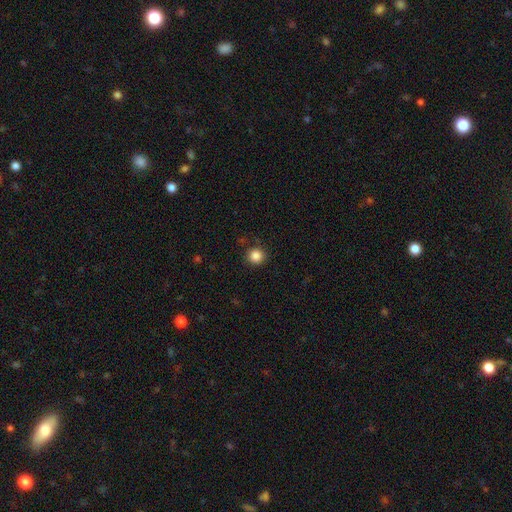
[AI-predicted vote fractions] smooth_or_featured: smooth (p=0.86) [alt: star or artifact p=0.11]
how_rounded: round (p=0.94) [alt: in between p=0.05]
merging: none (p=0.88) [alt: minor disturbance p=0.08]